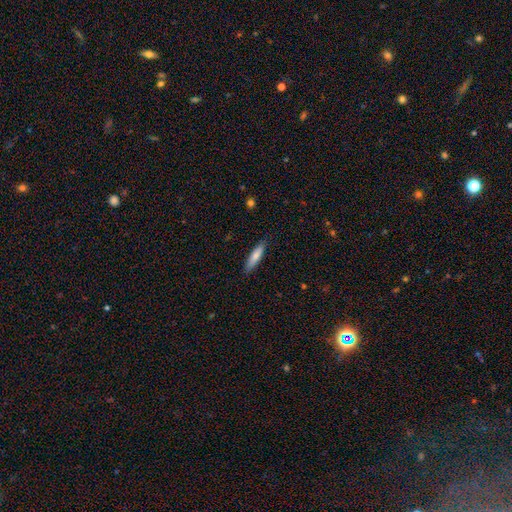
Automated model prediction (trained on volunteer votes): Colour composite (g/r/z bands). It shows a smooth galaxy with no disk features (79%) that is cigar-shaped (78%). Merging: none (87%).